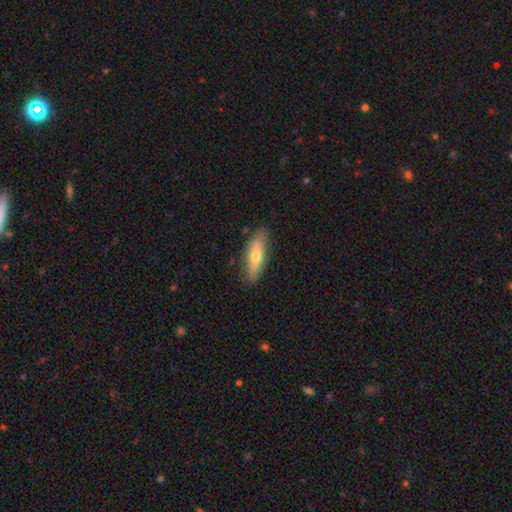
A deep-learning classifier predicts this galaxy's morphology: type=smooth (57%); roundness=cigar-shaped (50%); merging=none (82%).